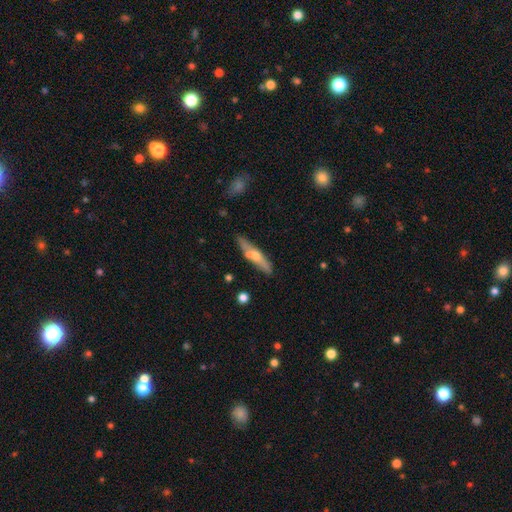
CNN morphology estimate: featured or disk 50%, smooth 44%, star or artifact 6%. Down the decision tree: edge-on disk — yes (85%); merging — none (76%).